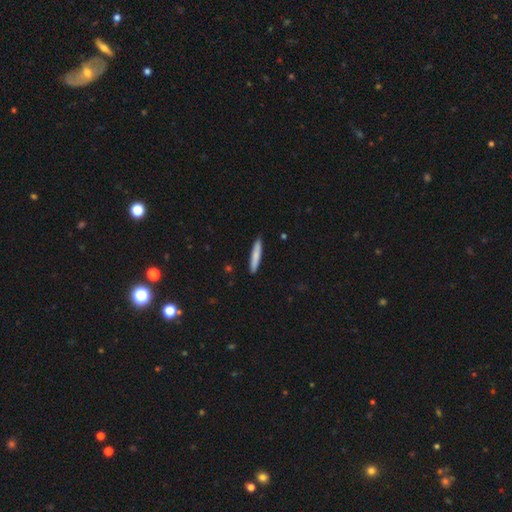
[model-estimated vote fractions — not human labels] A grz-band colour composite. It shows a smooth galaxy with no disk features (79%) that is cigar-shaped (93%). Merging: none (91%).